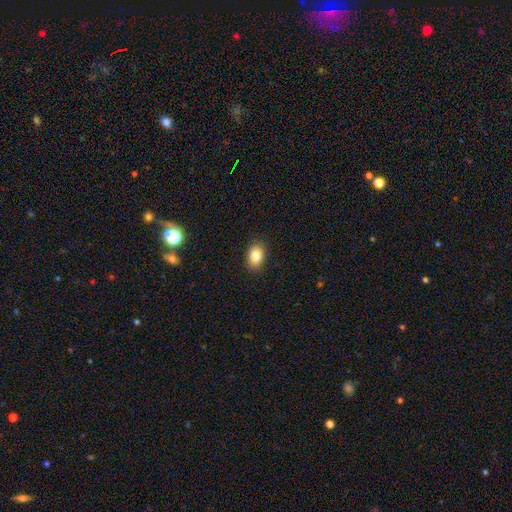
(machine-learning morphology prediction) Overall: smooth (83%). How rounded: in between (82%). Merging: none (87%).